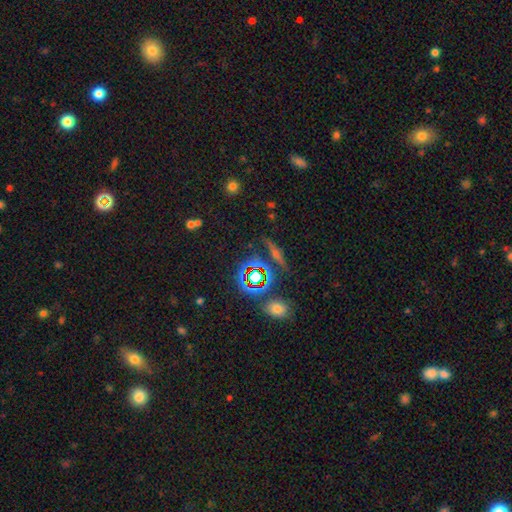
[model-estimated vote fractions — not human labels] Smooth or featured? Predicted: star or artifact (p=0.57).